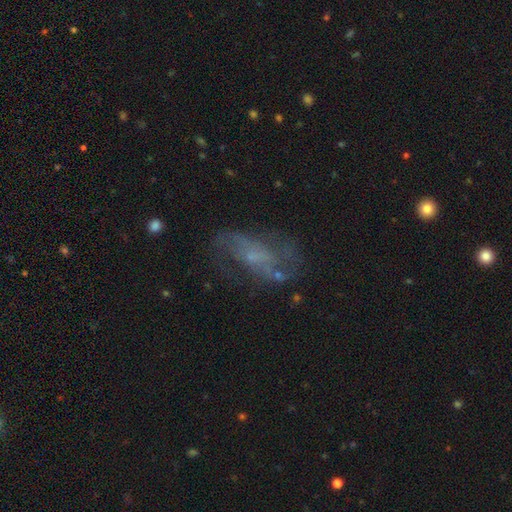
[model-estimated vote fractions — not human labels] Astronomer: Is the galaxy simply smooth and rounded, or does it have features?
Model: featured or disk — 62%.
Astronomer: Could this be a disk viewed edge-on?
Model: no — 94%.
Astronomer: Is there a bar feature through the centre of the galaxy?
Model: no — 65%.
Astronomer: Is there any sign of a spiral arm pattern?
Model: yes — 63%.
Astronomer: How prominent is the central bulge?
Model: small — 45% (runner-up: none, 35%).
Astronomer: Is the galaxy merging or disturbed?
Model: none — 52%.